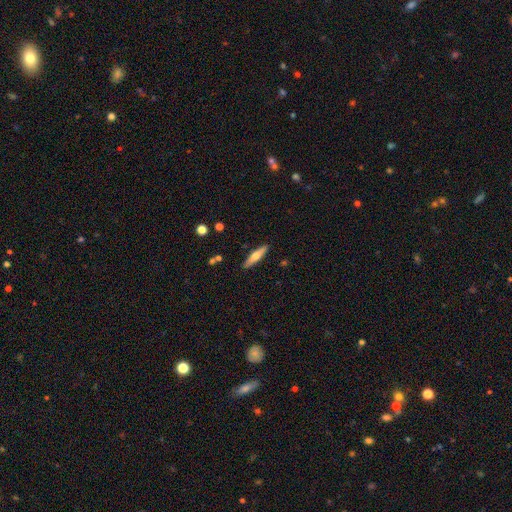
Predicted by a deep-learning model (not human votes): smooth_or_featured: smooth (p=0.49) [alt: featured or disk p=0.45]
merging: none (p=0.90) [alt: minor disturbance p=0.07]